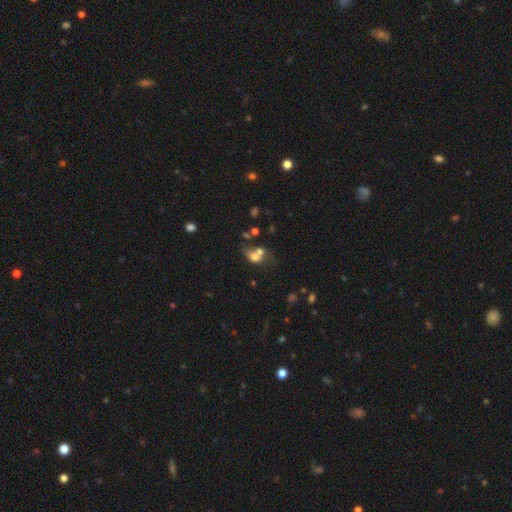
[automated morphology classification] Smooth or featured? smooth (63%)
How rounded? in between (52%)
Merging? merger (58%)